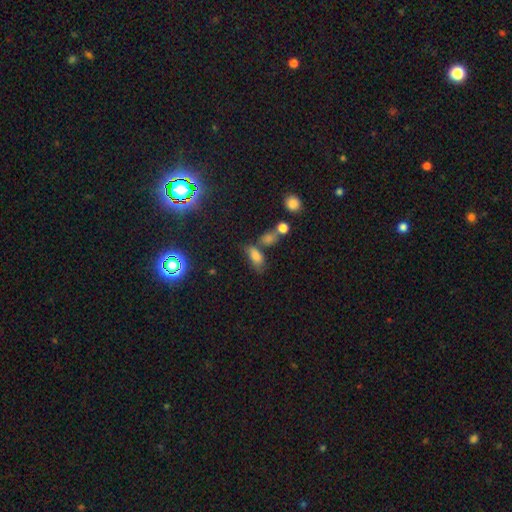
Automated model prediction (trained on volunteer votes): smooth-or-featured: smooth: 75% | star or artifact: 15% | featured or disk: 10%
  how-rounded: in between: 85% | cigar-shaped: 8% | round: 7%
  merging: none: 44% | merger: 26% | minor disturbance: 20% | major disturbance: 10%